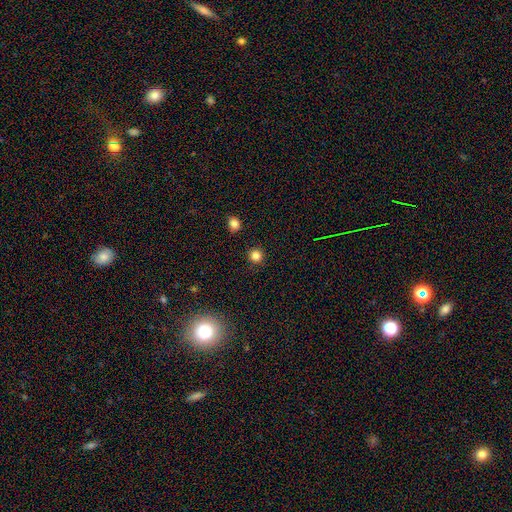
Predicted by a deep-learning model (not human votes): This is clearly a smooth galaxy (84%). How rounded: clearly round (94%). Merging: clearly none (92%).